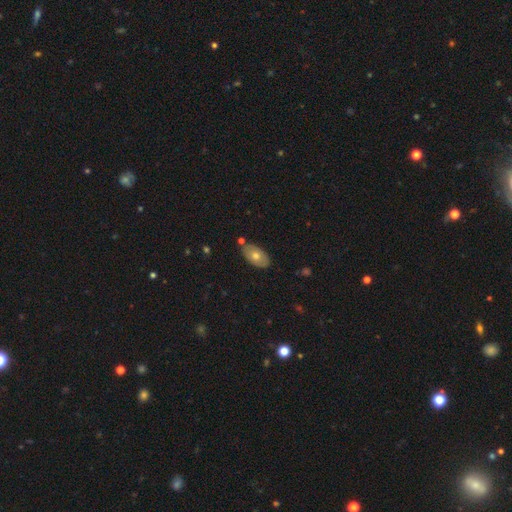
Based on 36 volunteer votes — Smooth or featured?
  - smooth: 47% *
  - featured or disk: 44%
  - star or artifact: 8%
How rounded?
  - in between: 94% *
  - round: 6%
  - cigar-shaped: 0%
Merging?
  - none: 76% *
  - minor disturbance: 18%
  - merger: 6%
  - major disturbance: 0%